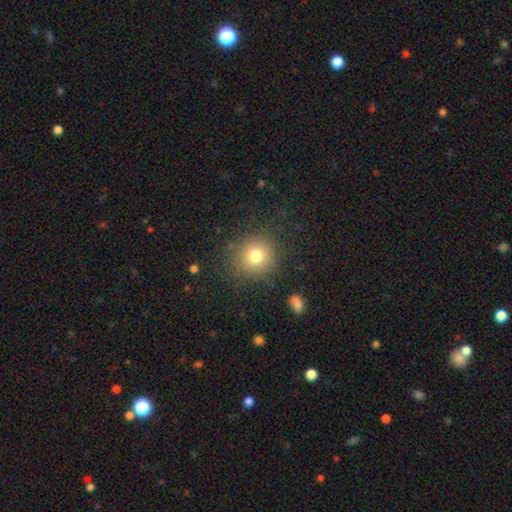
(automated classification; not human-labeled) Q: Smooth or featured?
A: smooth (77%); runner-up: star or artifact (13%)
Q: How rounded?
A: round (90%); runner-up: in between (9%)
Q: Merging?
A: none (85%); runner-up: minor disturbance (9%)